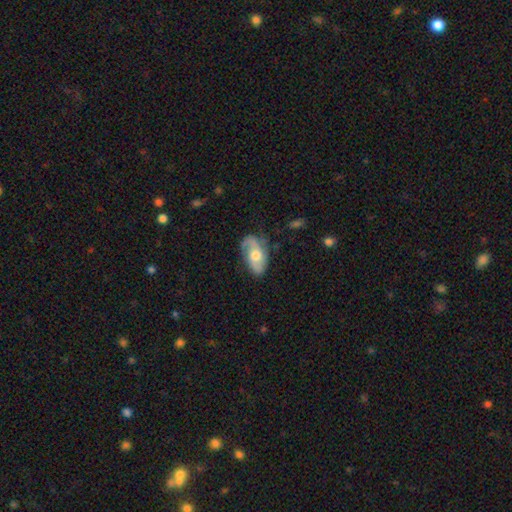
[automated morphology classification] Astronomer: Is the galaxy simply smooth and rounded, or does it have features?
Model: featured or disk — 57% (runner-up: smooth, 37%).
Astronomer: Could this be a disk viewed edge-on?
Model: no — 93%.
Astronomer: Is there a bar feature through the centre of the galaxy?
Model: no — 73%.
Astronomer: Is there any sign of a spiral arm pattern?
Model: yes — 77%.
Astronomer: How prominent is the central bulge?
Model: moderate — 70%.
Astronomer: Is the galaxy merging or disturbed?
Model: none — 58%.